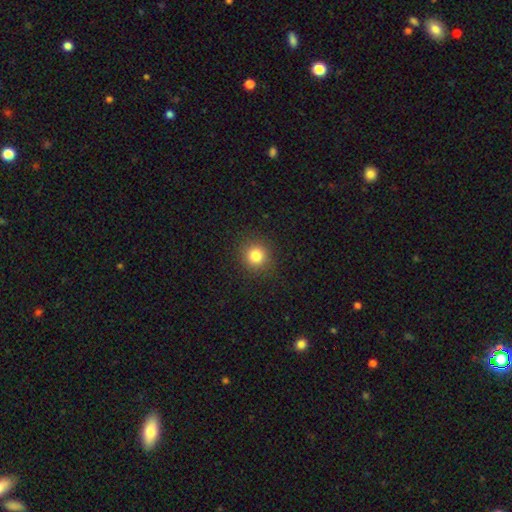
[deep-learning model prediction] smooth-or-featured: smooth: 81% | star or artifact: 13% | featured or disk: 6%
  how-rounded: round: 92% | in between: 7% | cigar-shaped: 1%
  merging: none: 91% | minor disturbance: 6% | major disturbance: 2% | merger: 1%